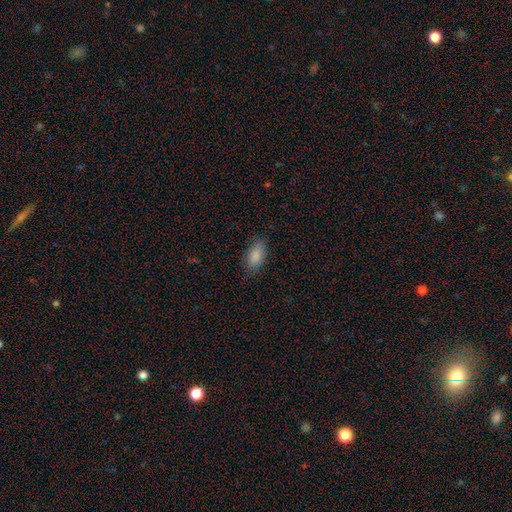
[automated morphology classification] Smooth or featured? smooth (87%)
How rounded? in between (91%)
Merging? none (79%)